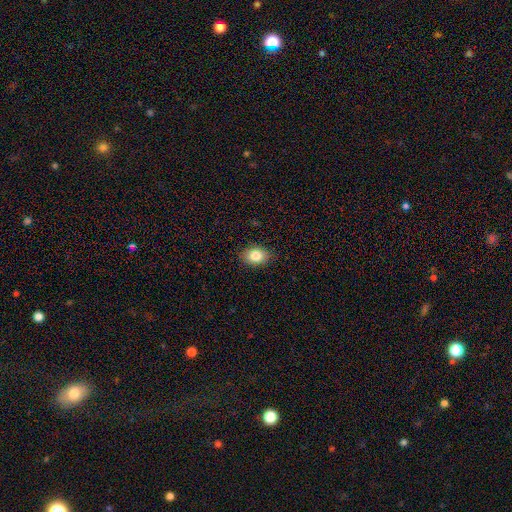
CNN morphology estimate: The model was most divided on "how rounded": in between: 73%, round: 26%, cigar-shaped: 1%. More confident: merging — none (88%); smooth or featured — smooth (84%).